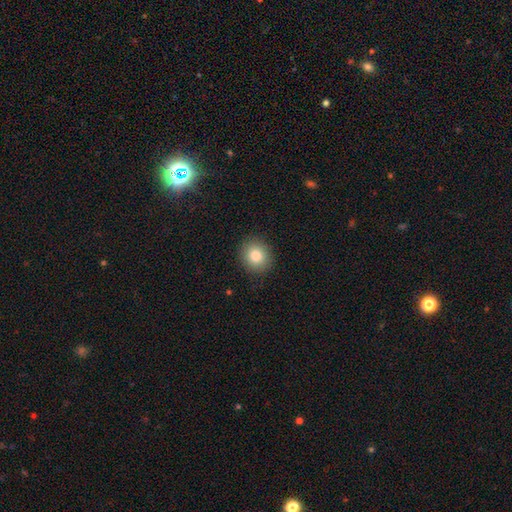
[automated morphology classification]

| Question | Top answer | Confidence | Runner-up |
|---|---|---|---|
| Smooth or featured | smooth | 82% | star or artifact (10%) |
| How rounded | round | 81% | in between (18%) |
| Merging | none | 91% | minor disturbance (6%) |